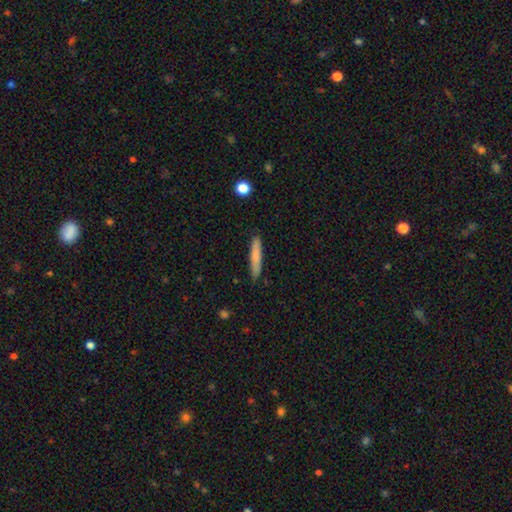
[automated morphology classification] smooth-or-featured: smooth: 77% | featured or disk: 17% | star or artifact: 6%
  how-rounded: cigar-shaped: 92% | in between: 7% | round: 1%
  merging: none: 88% | minor disturbance: 9% | major disturbance: 2% | merger: 1%